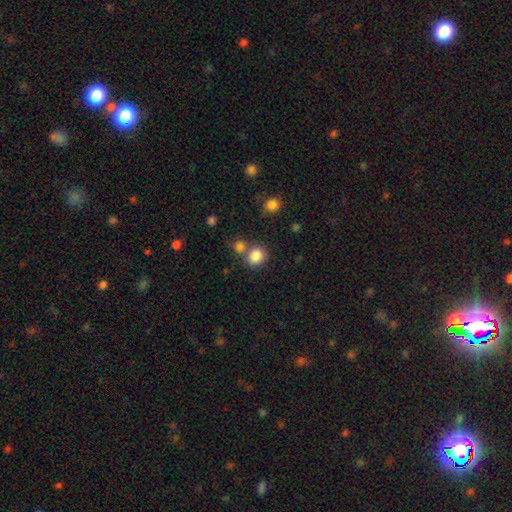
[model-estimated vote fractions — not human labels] smooth 84%, star or artifact 10%, featured or disk 5%. Down the decision tree: how rounded — round (71%); merging — none (62%).